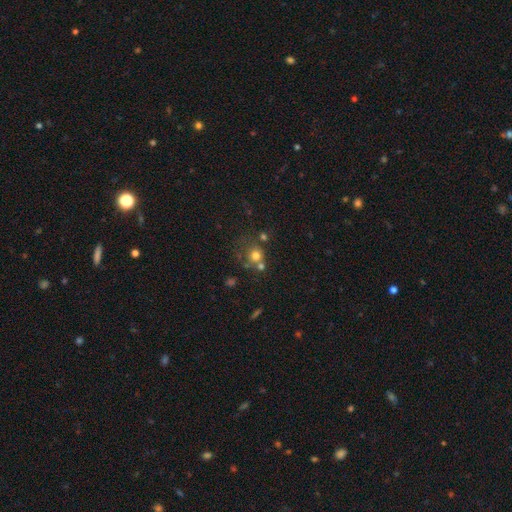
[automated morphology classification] smooth 70%, star or artifact 16%, featured or disk 15%. Down the decision tree: how rounded — round (84%); merging — none (49%).